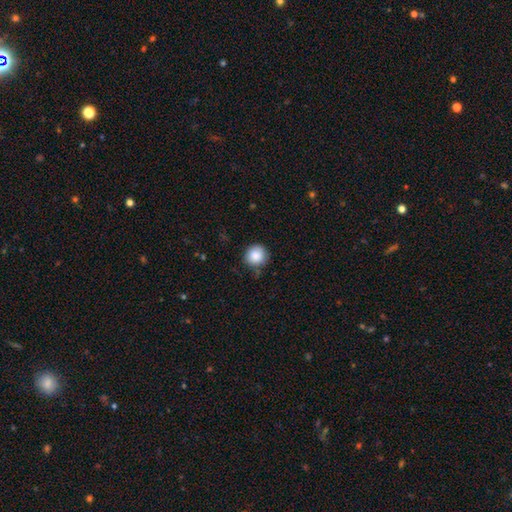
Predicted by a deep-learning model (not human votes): smooth 87%, star or artifact 8%, featured or disk 4%. Down the decision tree: how rounded — round (92%); merging — none (81%).